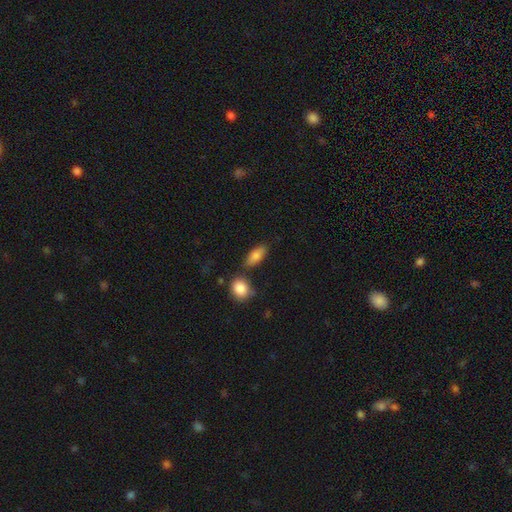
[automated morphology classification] Q: Smooth or featured?
A: smooth (81%); runner-up: featured or disk (12%)
Q: How rounded?
A: in between (79%); runner-up: cigar-shaped (16%)
Q: Merging?
A: none (72%); runner-up: minor disturbance (14%)